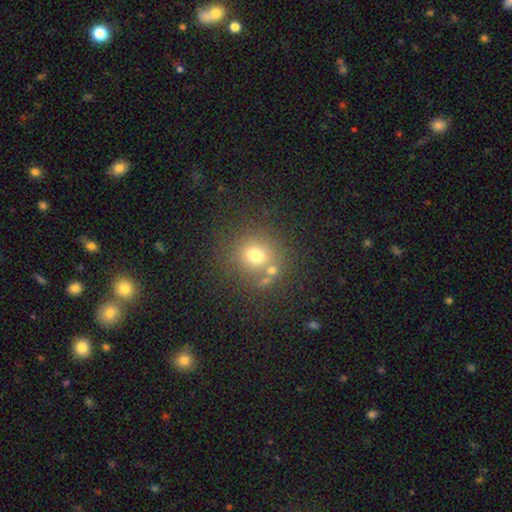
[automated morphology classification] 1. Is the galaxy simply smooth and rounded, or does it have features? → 70% smooth, 19% star or artifact, 11% featured or disk.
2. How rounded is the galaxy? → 88% round, 11% in between, 1% cigar-shaped.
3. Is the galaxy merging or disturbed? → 70% none, 14% merger, 11% minor disturbance, 5% major disturbance.